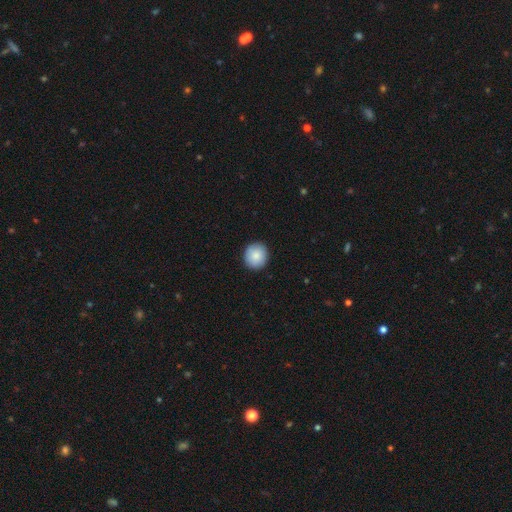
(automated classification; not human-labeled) Q: Smooth or featured?
A: smooth (87%); runner-up: star or artifact (7%)
Q: How rounded?
A: round (92%); runner-up: in between (7%)
Q: Merging?
A: none (92%); runner-up: minor disturbance (6%)